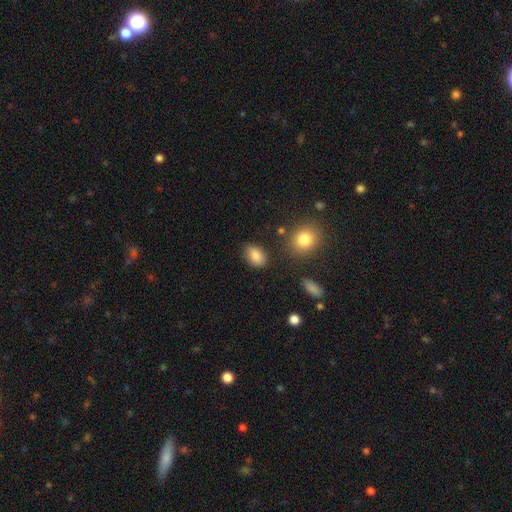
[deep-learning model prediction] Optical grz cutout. It shows a smooth galaxy with no disk features (86%) that is in between round and cigar-shaped (82%). Merging: none (81%).